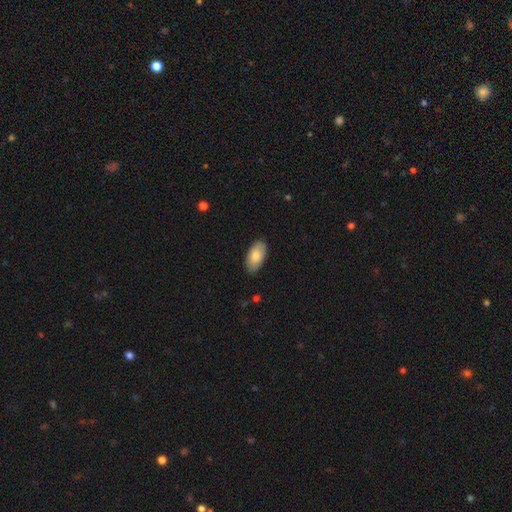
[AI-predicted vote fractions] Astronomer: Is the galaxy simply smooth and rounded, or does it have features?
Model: smooth — 83%.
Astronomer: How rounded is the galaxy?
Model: in between — 95%.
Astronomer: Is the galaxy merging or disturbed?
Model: none — 85%.